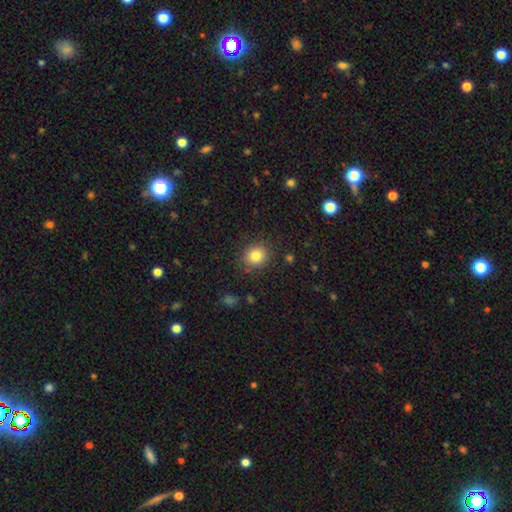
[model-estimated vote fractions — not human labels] Smooth or featured?
  - smooth: 82% *
  - star or artifact: 11%
  - featured or disk: 7%
How rounded?
  - round: 74% *
  - in between: 25%
  - cigar-shaped: 1%
Merging?
  - none: 86% *
  - minor disturbance: 9%
  - major disturbance: 3%
  - merger: 2%